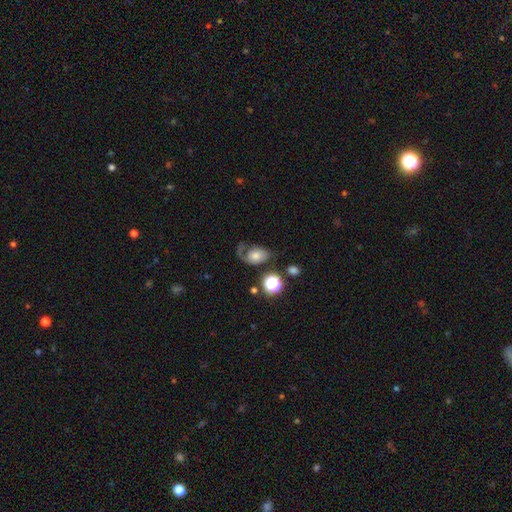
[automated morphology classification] Smooth or featured? featured or disk (45%)
Merging? none (38%)